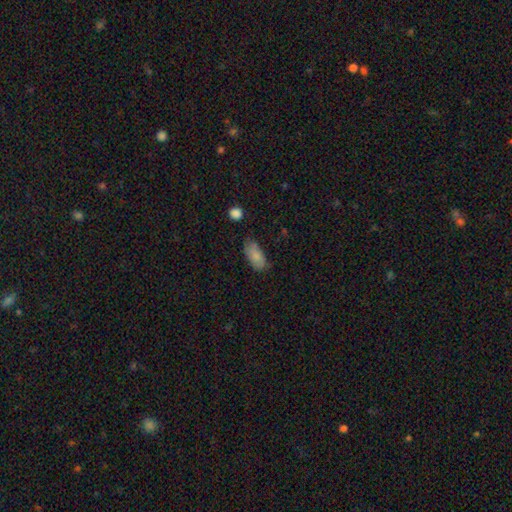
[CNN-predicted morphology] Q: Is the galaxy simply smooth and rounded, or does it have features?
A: smooth — 81%.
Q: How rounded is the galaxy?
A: in between — 91%.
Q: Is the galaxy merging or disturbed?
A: none — 66%.